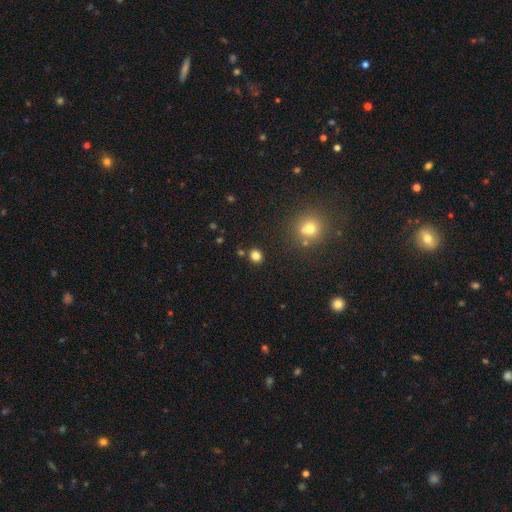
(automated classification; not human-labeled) This appears to be a smooth galaxy with no disk features (81%) that is round (77%). Merging: none (85%).